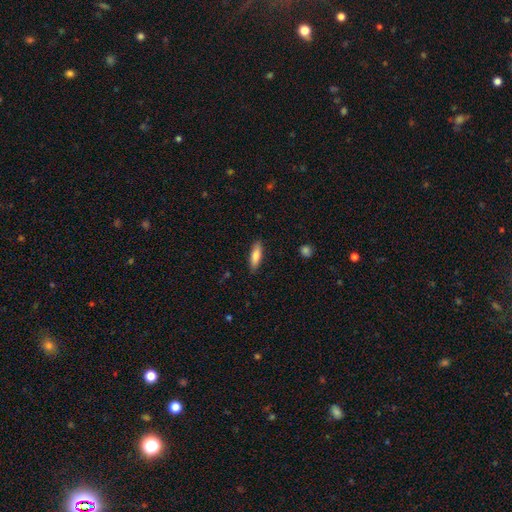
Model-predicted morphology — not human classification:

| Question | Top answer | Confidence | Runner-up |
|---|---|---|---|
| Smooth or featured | smooth | 79% | featured or disk (15%) |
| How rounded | cigar-shaped | 55% | in between (43%) |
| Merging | none | 88% | minor disturbance (9%) |